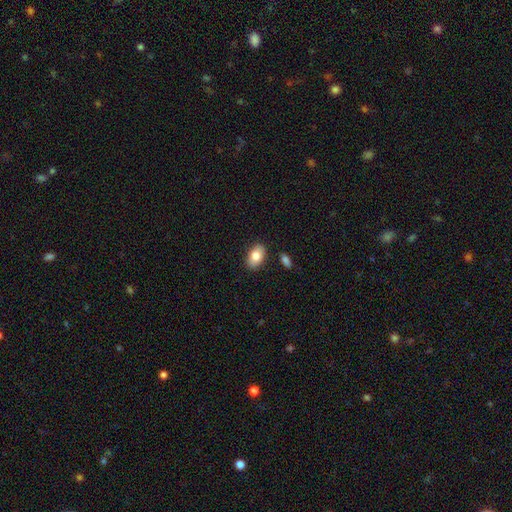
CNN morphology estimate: Overall: smooth (82%). How rounded: in between (92%). Merging: none (85%).